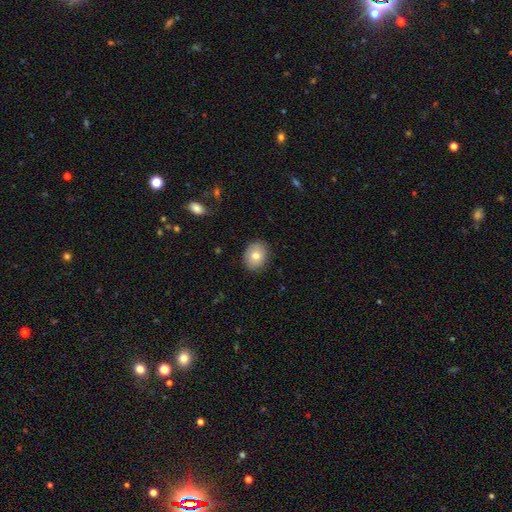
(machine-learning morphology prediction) Smooth or featured? smooth (77%)
How rounded? in between (50%)
Merging? none (86%)